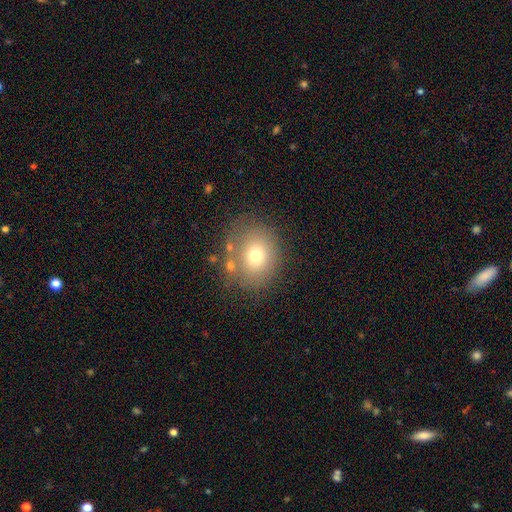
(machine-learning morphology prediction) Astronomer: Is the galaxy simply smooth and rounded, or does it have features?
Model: smooth — 69%.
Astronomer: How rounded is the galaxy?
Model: round — 63%.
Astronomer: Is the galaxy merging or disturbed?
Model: none — 72%.